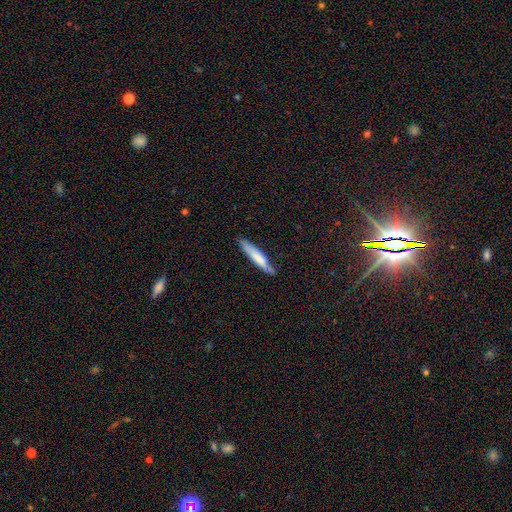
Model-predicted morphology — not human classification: This is possibly a smooth galaxy (58%). How rounded: clearly cigar-shaped (93%). Merging: clearly none (82%).